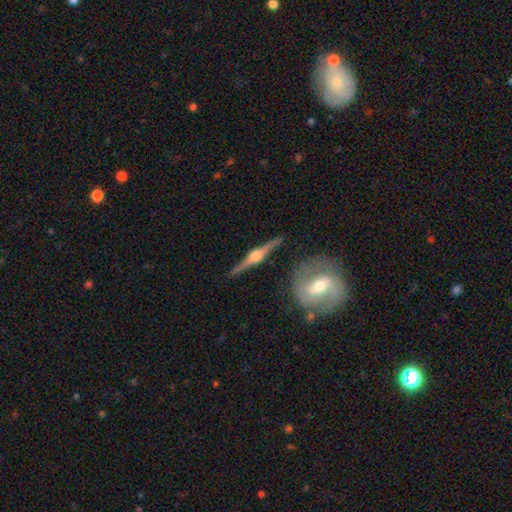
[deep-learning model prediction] Overall: featured or disk (85%). Edge-on disk: yes (98%). Edge-on bulge: rounded (92%). Merging: none (87%).